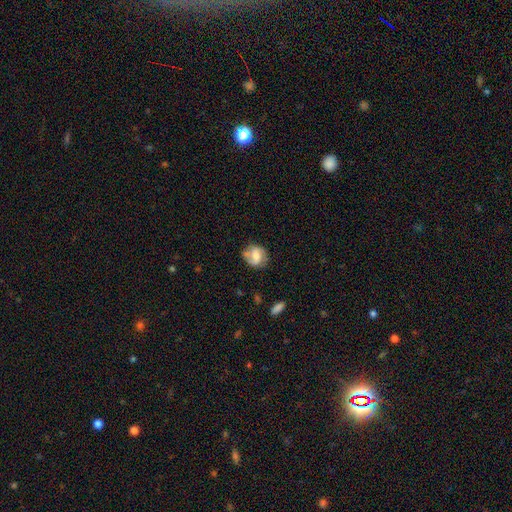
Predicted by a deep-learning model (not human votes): smooth-or-featured: featured or disk: 54% | smooth: 39% | star or artifact: 8%
  disk-edge-on: no: 97% | yes: 3%
    bar: weak: 46% | no: 33% | strong: 21%
    has-spiral-arms: yes: 83% | no: 17%
    bulge-size: moderate: 51% | small: 31% | large: 10% | none: 7% | dominant: 2%
  merging: none: 67% | minor disturbance: 22% | major disturbance: 7% | merger: 4%